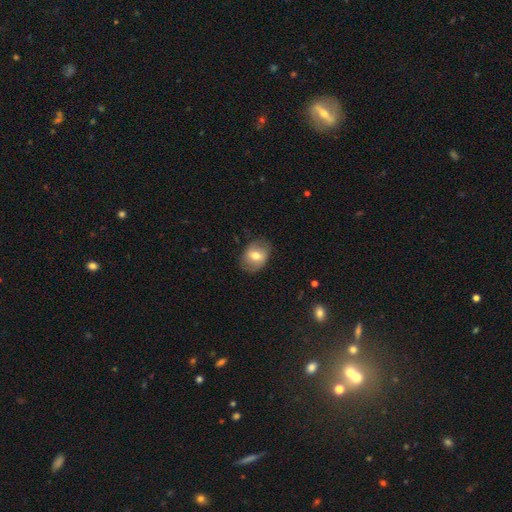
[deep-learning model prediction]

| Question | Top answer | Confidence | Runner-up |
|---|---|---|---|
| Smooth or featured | smooth | 60% | featured or disk (32%) |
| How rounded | in between | 61% | round (38%) |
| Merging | none | 80% | minor disturbance (15%) |